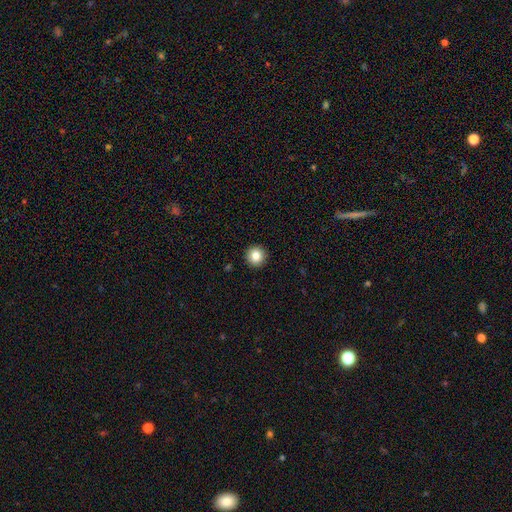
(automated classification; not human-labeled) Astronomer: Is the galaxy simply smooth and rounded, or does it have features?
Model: smooth — 83%.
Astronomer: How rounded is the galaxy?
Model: round — 96%.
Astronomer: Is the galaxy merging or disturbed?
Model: none — 93%.